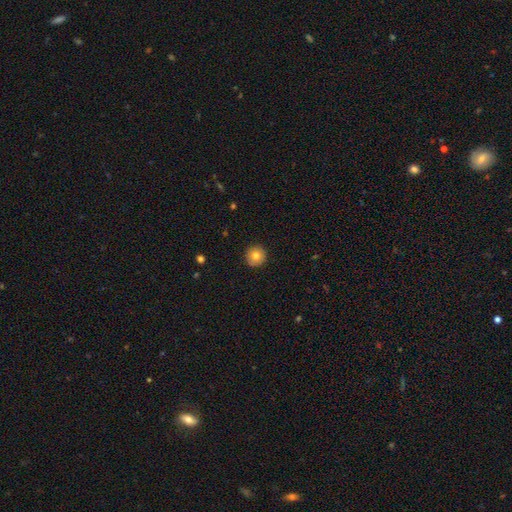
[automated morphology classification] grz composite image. It shows a smooth galaxy with no disk features (78%) that is round (96%). Merging: none (91%).